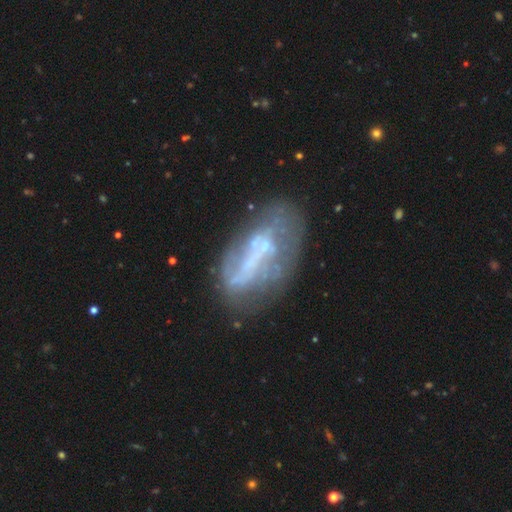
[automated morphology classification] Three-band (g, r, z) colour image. It shows a featured or disk galaxy (64%) with no bar (52%), no spiral arms (67%) and no central bulge (60%). Merging: none (45%).